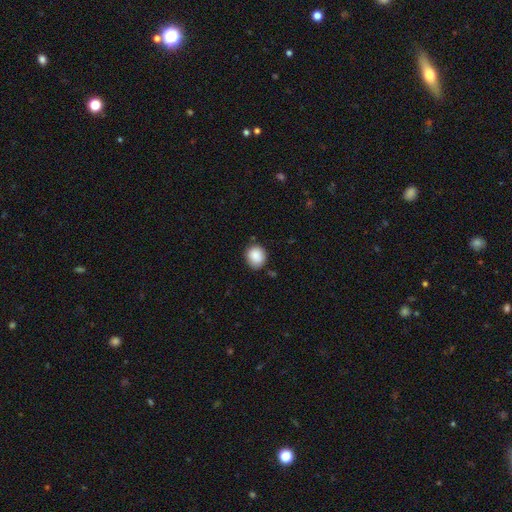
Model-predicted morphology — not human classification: A smooth galaxy with no disk features (88%) that is round (74%).

Vote fractions:
- Smooth or featured? smooth: 88% / star or artifact: 8% / featured or disk: 4%
- How rounded? round: 74% / in between: 25% / cigar-shaped: 1%
- Merging? none: 80% / minor disturbance: 15% / major disturbance: 3% / merger: 2%